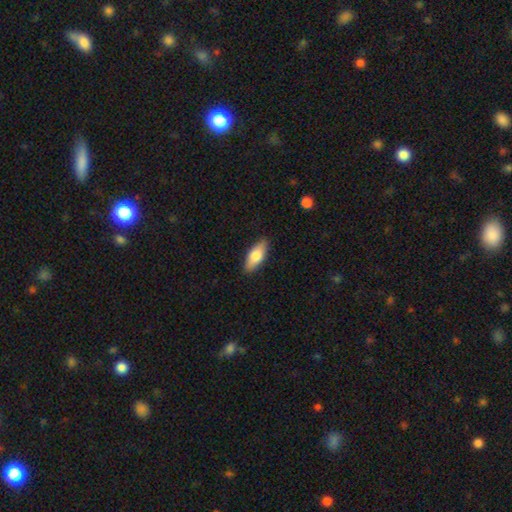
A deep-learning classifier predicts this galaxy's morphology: smooth 78%, featured or disk 17%, star or artifact 6%. Down the decision tree: how rounded — in between (79%); merging — none (88%).